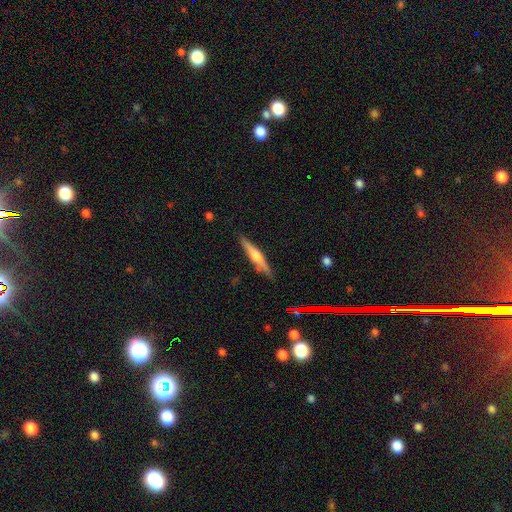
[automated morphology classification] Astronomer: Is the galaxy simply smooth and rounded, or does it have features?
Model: featured or disk — 57% (runner-up: smooth, 37%).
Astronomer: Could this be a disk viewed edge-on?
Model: yes — 96%.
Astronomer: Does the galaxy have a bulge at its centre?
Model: rounded — 81%.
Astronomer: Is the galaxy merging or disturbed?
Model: none — 85%.